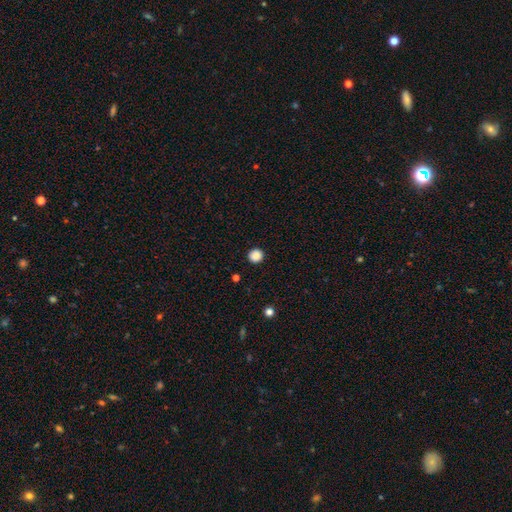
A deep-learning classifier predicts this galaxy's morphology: smooth-or-featured: smooth: 88% | star or artifact: 10% | featured or disk: 2%
  how-rounded: round: 91% | in between: 8% | cigar-shaped: 1%
  merging: none: 93% | minor disturbance: 5% | major disturbance: 2% | merger: 1%